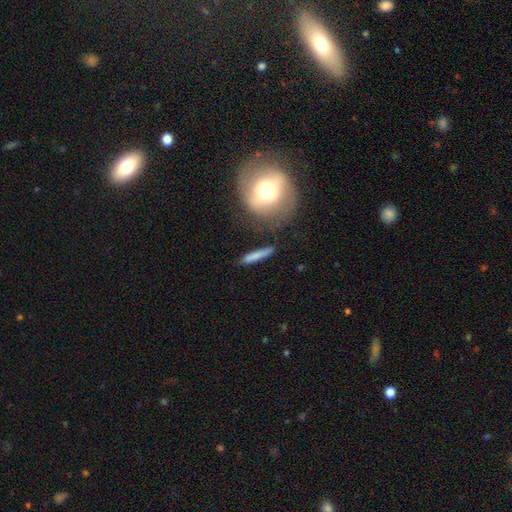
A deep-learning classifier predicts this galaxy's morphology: Q: Smooth or featured?
A: smooth (74%); runner-up: featured or disk (19%)
Q: How rounded?
A: cigar-shaped (89%); runner-up: in between (8%)
Q: Merging?
A: none (78%); runner-up: minor disturbance (13%)